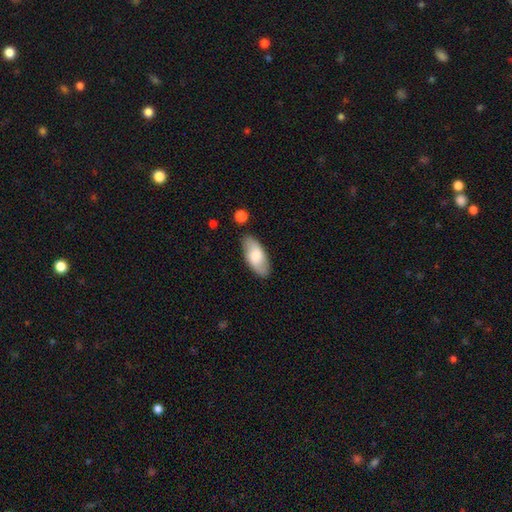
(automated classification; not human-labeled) Smooth or featured? Predicted: smooth (p=0.68). How rounded? Predicted: in between (p=0.88). Merging? Predicted: none (p=0.83).